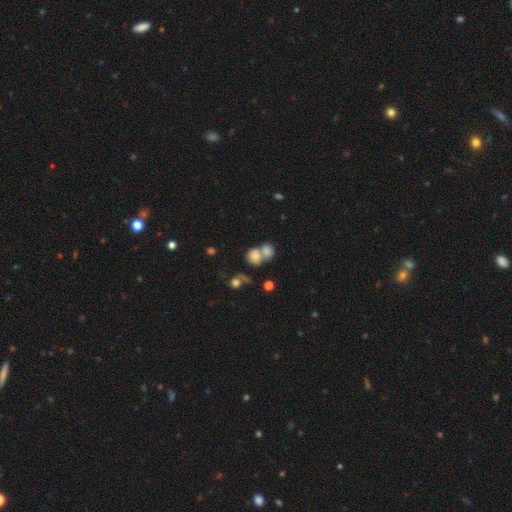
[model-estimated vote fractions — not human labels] Overall: smooth (76%). How rounded: round (65%; in between 34%). Merging: merger (63%; none 23%).